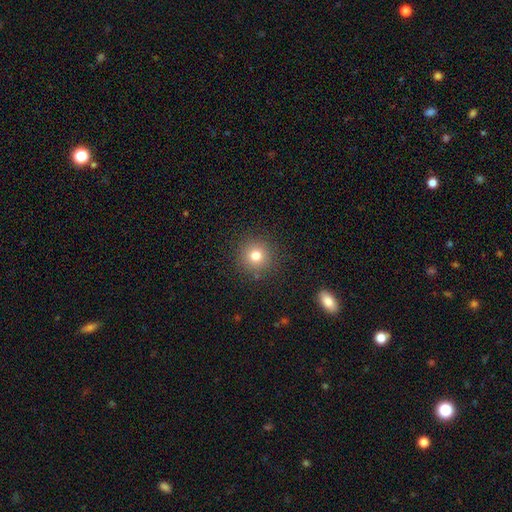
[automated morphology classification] Overall: smooth (78%). How rounded: round (95%). Merging: none (90%).